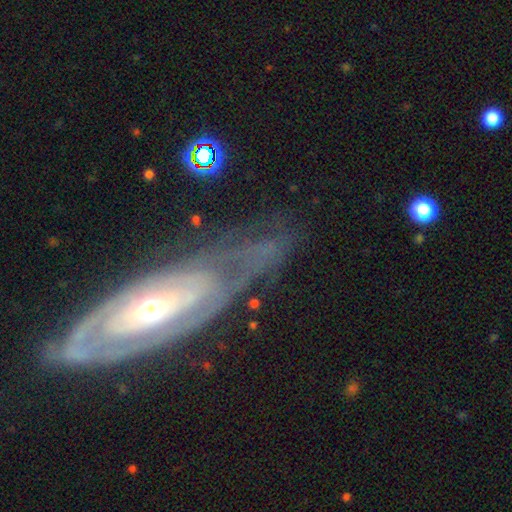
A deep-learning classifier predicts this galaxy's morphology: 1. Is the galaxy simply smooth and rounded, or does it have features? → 74% featured or disk, 16% smooth, 11% star or artifact.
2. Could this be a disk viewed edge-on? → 82% no, 18% yes.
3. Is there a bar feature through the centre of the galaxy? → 64% no, 23% weak, 13% strong.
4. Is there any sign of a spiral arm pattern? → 68% yes, 32% no.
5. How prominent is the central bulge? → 59% moderate, 28% small, 8% large, 2% none, 2% dominant.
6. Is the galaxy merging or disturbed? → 58% none, 19% minor disturbance, 19% major disturbance, 3% merger.